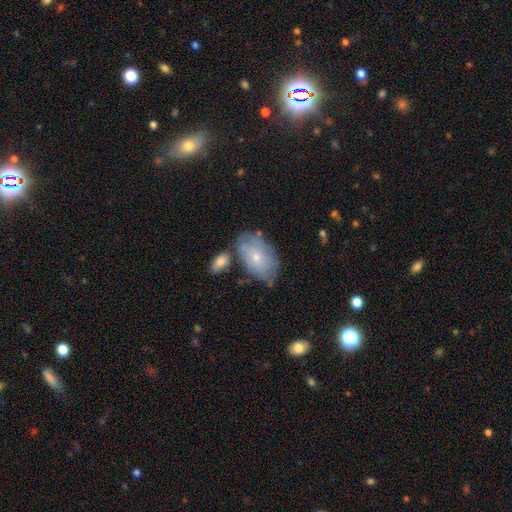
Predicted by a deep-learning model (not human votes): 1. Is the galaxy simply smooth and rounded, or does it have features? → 51% smooth, 40% featured or disk, 9% star or artifact.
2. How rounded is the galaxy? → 90% in between, 9% round, 2% cigar-shaped.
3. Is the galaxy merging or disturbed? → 56% none, 24% minor disturbance, 12% merger, 8% major disturbance.